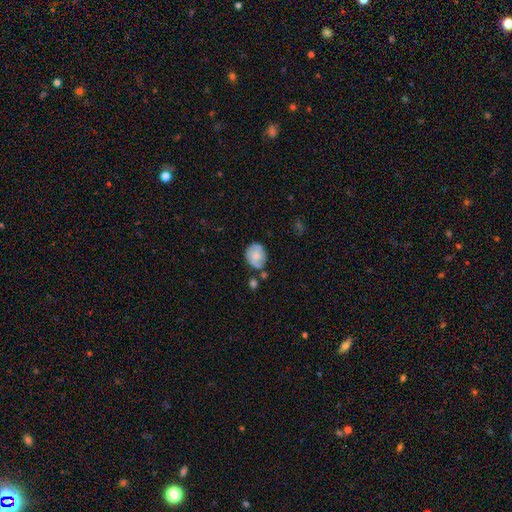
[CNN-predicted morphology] smooth-or-featured: smooth: 52% | featured or disk: 41% | star or artifact: 8%
  how-rounded: round: 52% | in between: 47% | cigar-shaped: 1%
  merging: none: 55% | minor disturbance: 27% | merger: 10% | major disturbance: 8%